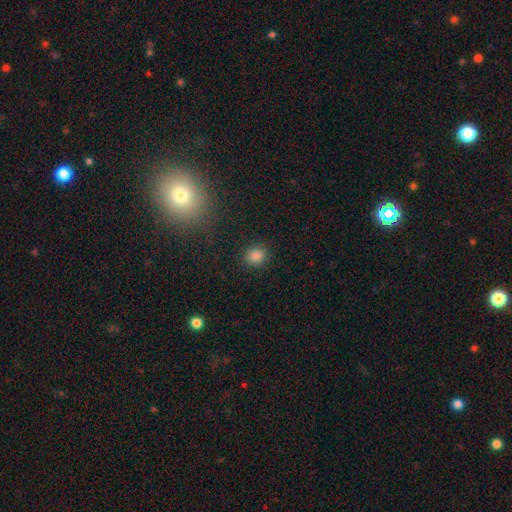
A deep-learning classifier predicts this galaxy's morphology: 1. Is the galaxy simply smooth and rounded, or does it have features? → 84% smooth, 12% star or artifact, 4% featured or disk.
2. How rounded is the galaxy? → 65% round, 34% in between, 1% cigar-shaped.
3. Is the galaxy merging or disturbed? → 87% none, 8% minor disturbance, 3% major disturbance, 1% merger.